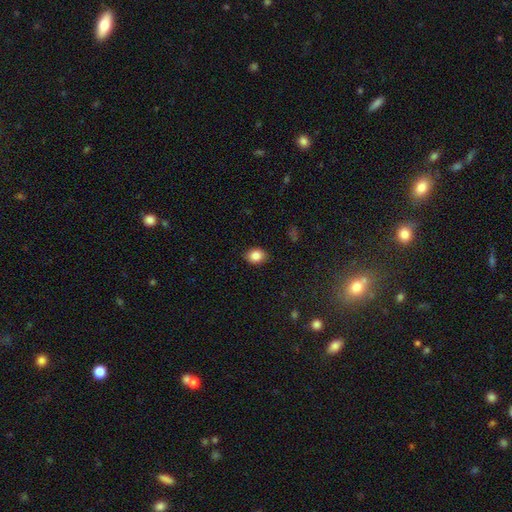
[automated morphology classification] This is clearly a smooth galaxy (85%). How rounded: possibly in between (55%). Merging: clearly none (88%).